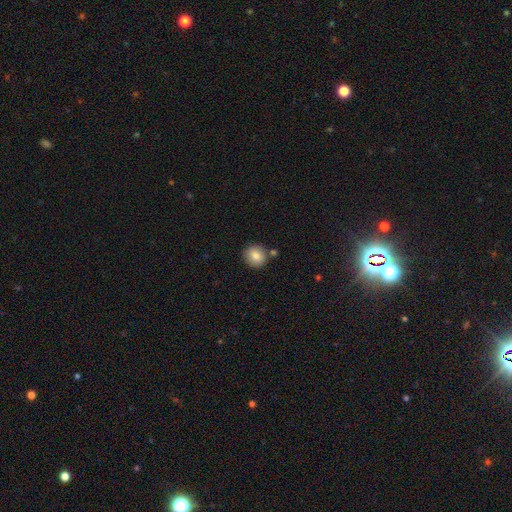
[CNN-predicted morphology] Smooth or featured: smooth — 82% (star or artifact — 9%)
How rounded: round — 88% (in between — 11%)
Merging: none — 79% (minor disturbance — 9%)